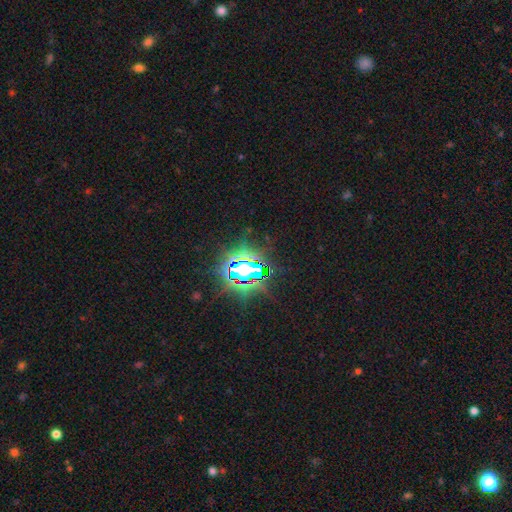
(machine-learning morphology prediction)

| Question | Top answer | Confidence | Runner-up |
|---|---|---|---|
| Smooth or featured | star or artifact | 81% | smooth (11%) |